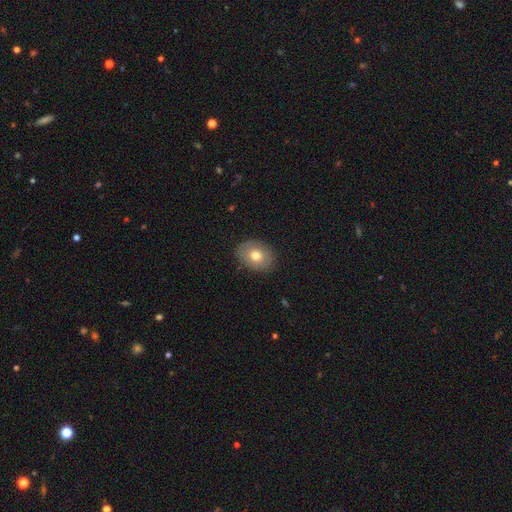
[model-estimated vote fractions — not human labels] Q: Smooth or featured?
A: smooth (70%); runner-up: featured or disk (22%)
Q: How rounded?
A: in between (60%); runner-up: round (39%)
Q: Merging?
A: none (86%); runner-up: minor disturbance (10%)